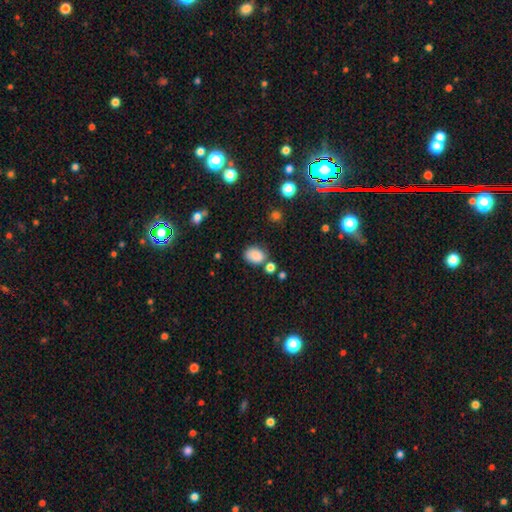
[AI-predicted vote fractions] A smooth galaxy with no disk features (84%) that is in between round and cigar-shaped (69%).

Vote fractions:
- Smooth or featured? smooth: 84% / star or artifact: 10% / featured or disk: 6%
- How rounded? in between: 69% / round: 30% / cigar-shaped: 1%
- Merging? none: 66% / minor disturbance: 19% / merger: 10% / major disturbance: 5%